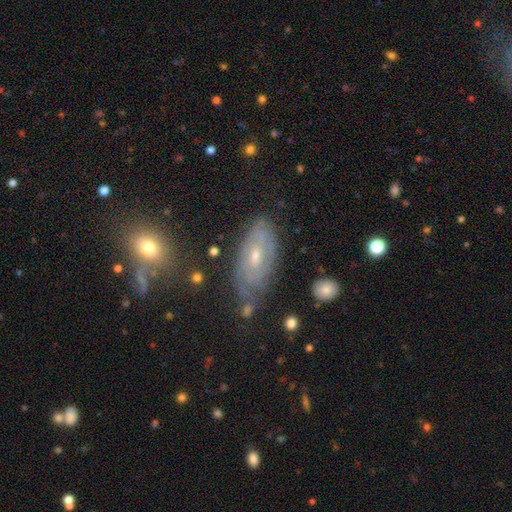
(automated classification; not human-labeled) Smooth or featured? Predicted: featured or disk (p=0.74). Edge-on disk? Predicted: no (p=0.91). Bar? Predicted: no (p=0.54). Spiral arms? Predicted: yes (p=0.85). Spiral winding? Predicted: tight (p=0.72). Spiral arm count? Predicted: can't tell (p=0.54). Bulge size? Predicted: small (p=0.52). Merging? Predicted: none (p=0.68).